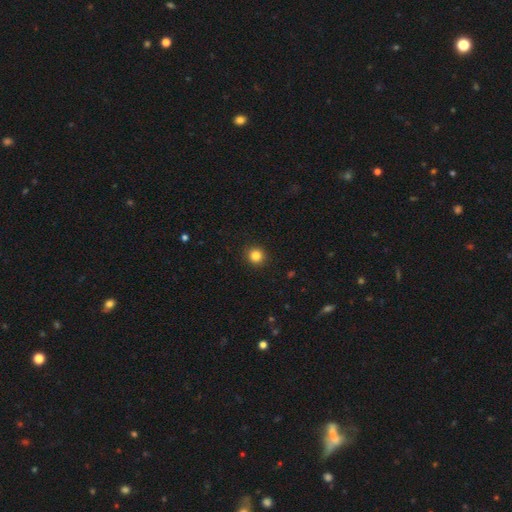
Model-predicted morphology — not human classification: smooth_or_featured: smooth (p=0.84) [alt: star or artifact p=0.12]
how_rounded: round (p=0.93) [alt: in between p=0.06]
merging: none (p=0.93) [alt: minor disturbance p=0.05]